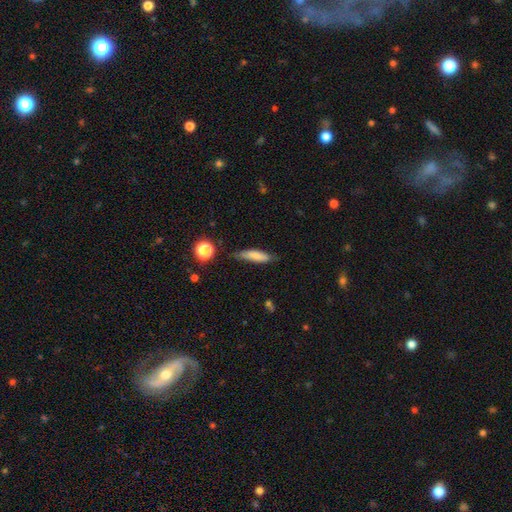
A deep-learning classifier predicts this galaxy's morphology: Smooth or featured? smooth (78%)
How rounded? cigar-shaped (71%)
Merging? none (73%)